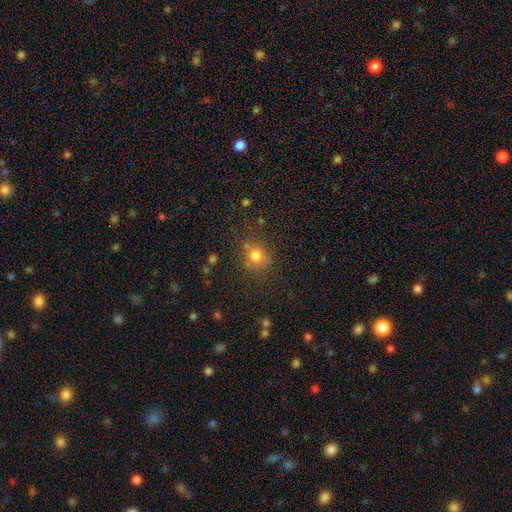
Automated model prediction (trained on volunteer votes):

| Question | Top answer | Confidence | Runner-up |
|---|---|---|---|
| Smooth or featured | smooth | 76% | star or artifact (16%) |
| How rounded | round | 79% | in between (20%) |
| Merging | none | 73% | minor disturbance (16%) |